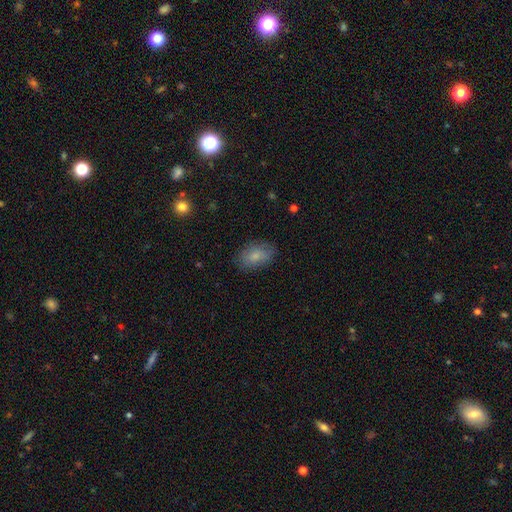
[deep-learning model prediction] Smooth or featured? smooth (78%)
How rounded? in between (86%)
Merging? none (77%)